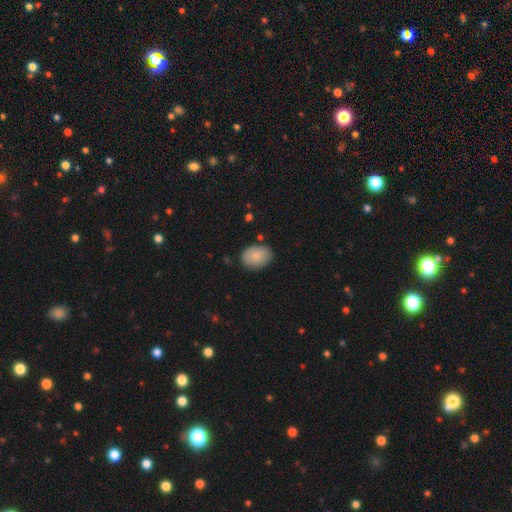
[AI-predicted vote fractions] Smooth or featured?
  - smooth: 83% *
  - featured or disk: 10%
  - star or artifact: 7%
How rounded?
  - in between: 74% *
  - round: 25%
  - cigar-shaped: 1%
Merging?
  - none: 80% *
  - minor disturbance: 15%
  - major disturbance: 3%
  - merger: 2%